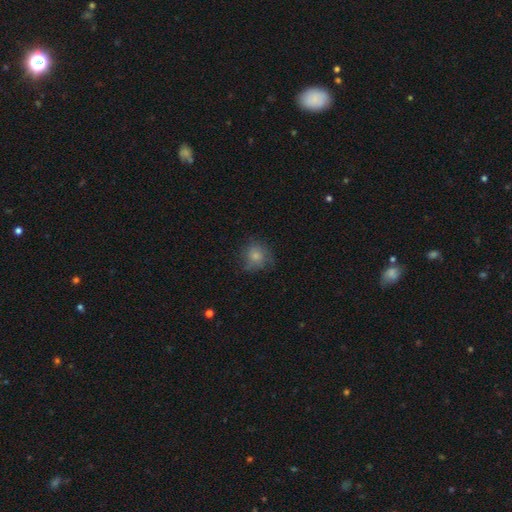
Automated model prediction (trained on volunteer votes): Smooth or featured? smooth (75%)
How rounded? round (83%)
Merging? none (66%)